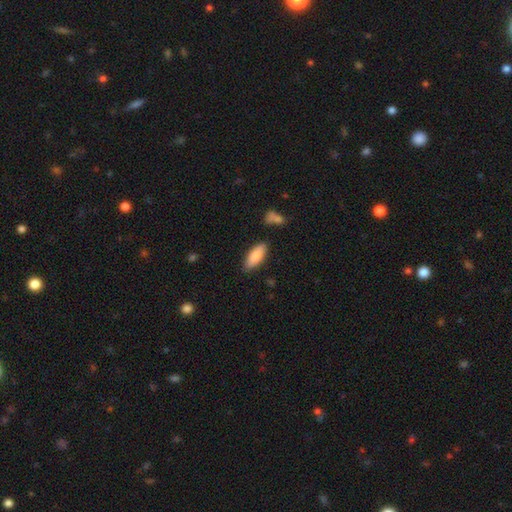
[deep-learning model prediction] smooth-or-featured: smooth: 85% | featured or disk: 9% | star or artifact: 6%
  how-rounded: in between: 74% | cigar-shaped: 24% | round: 2%
  merging: none: 83% | minor disturbance: 12% | major disturbance: 3% | merger: 3%